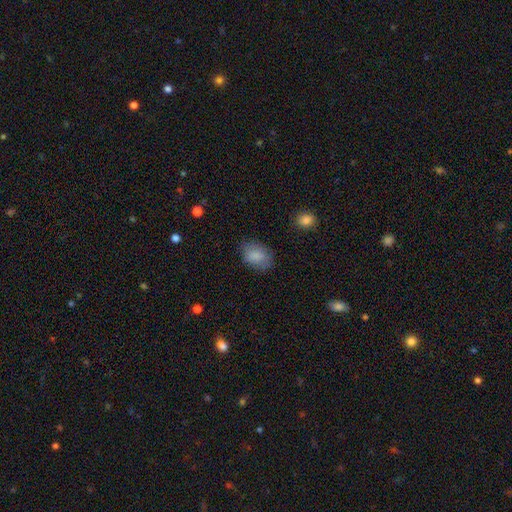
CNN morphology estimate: A smooth galaxy with no disk features (85%) that is in between round and cigar-shaped (79%).

Vote fractions:
- Smooth or featured? smooth: 85% / star or artifact: 8% / featured or disk: 7%
- How rounded? in between: 79% / round: 20% / cigar-shaped: 1%
- Merging? none: 75% / minor disturbance: 18% / major disturbance: 5% / merger: 1%